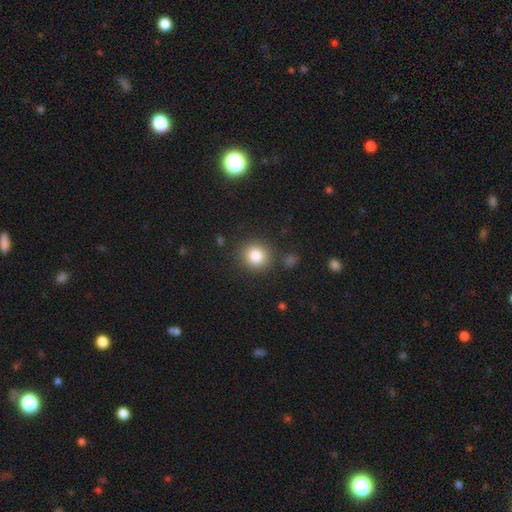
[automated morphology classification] The model was most divided on "smooth or featured": smooth: 84%, star or artifact: 10%, featured or disk: 6%. More confident: how rounded — round (87%); merging — none (86%).